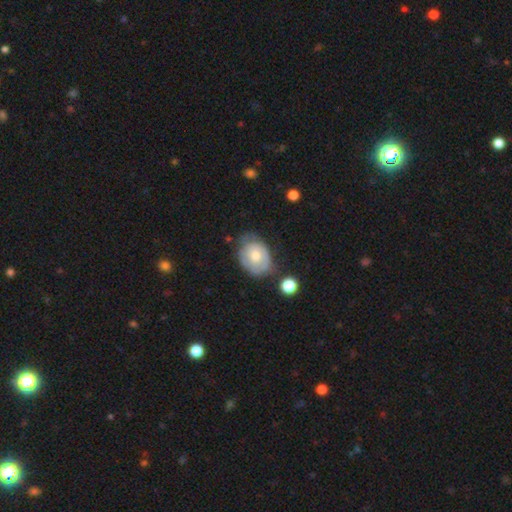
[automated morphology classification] A smooth galaxy with no disk features (52%) that is in between round and cigar-shaped (58%).

Vote fractions:
- Smooth or featured? smooth: 52% / featured or disk: 41% / star or artifact: 7%
- How rounded? in between: 58% / round: 41% / cigar-shaped: 1%
- Merging? none: 48% / minor disturbance: 33% / major disturbance: 13% / merger: 6%